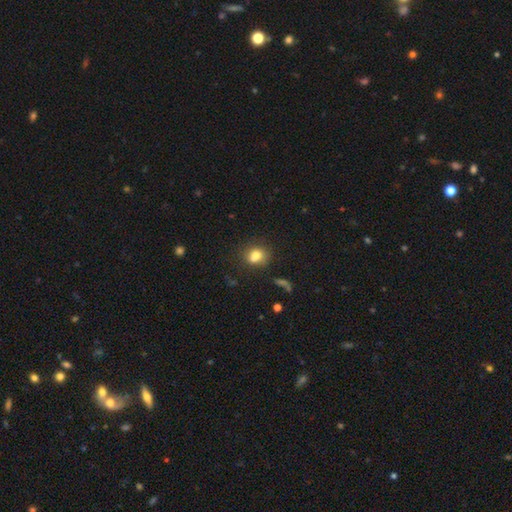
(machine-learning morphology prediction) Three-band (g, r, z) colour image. It shows a smooth galaxy with no disk features (77%) that is round (59%). Merging: none (60%).